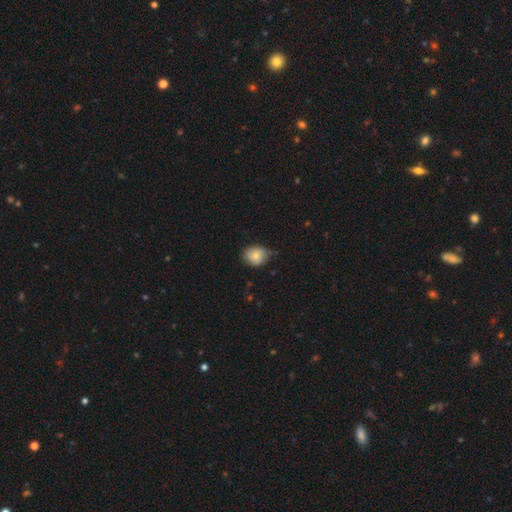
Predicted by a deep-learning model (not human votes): Overall: smooth (76%). How rounded: round (62%; in between 37%). Merging: none (62%; minor disturbance 31%).